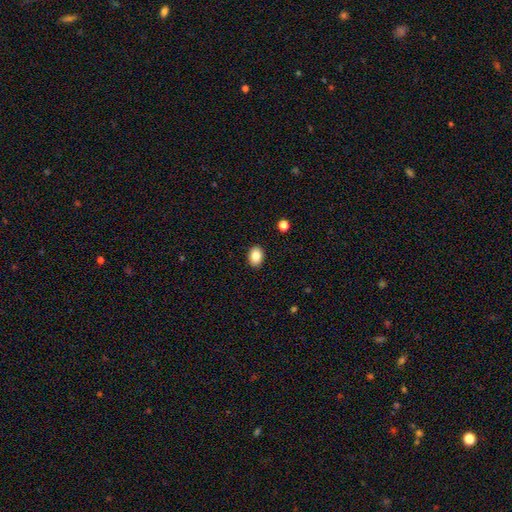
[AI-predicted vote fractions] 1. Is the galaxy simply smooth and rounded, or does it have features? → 85% smooth, 9% star or artifact, 6% featured or disk.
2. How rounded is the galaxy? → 73% in between, 26% round, 1% cigar-shaped.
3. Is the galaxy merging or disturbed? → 90% none, 7% minor disturbance, 2% major disturbance, 1% merger.